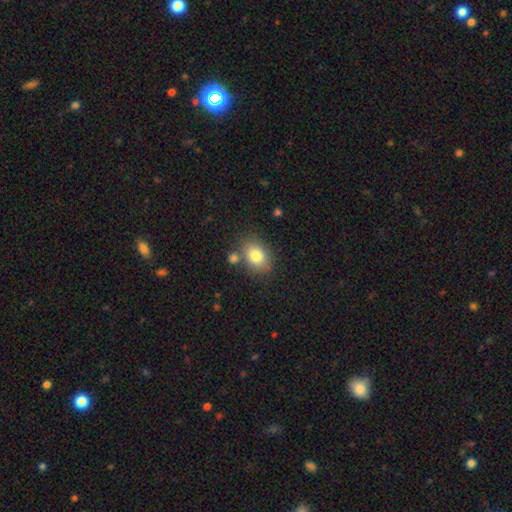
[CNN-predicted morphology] A smooth galaxy with no disk features (81%) that is in between round and cigar-shaped (70%). Merging: none (71%).